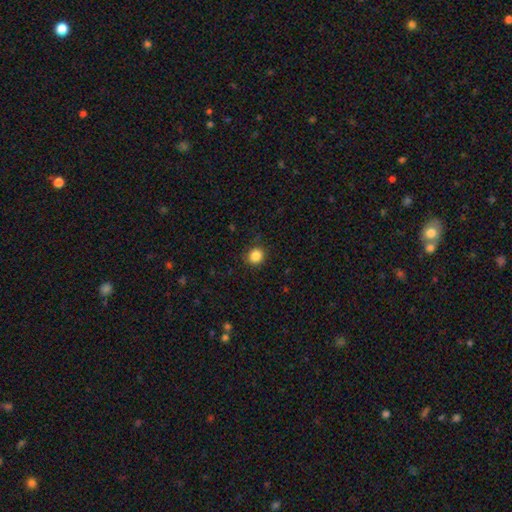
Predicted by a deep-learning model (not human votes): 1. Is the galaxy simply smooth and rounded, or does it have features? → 85% smooth, 11% star or artifact, 4% featured or disk.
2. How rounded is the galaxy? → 90% round, 9% in between, 1% cigar-shaped.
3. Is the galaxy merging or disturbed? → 88% none, 9% minor disturbance, 3% major disturbance, 1% merger.